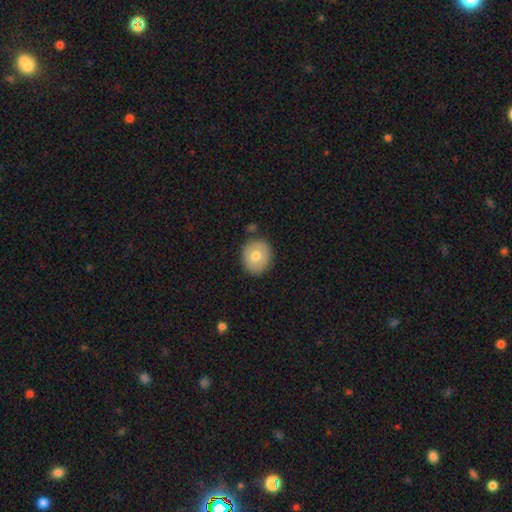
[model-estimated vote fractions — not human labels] Smooth or featured?
  - smooth: 70% *
  - featured or disk: 23%
  - star or artifact: 8%
How rounded?
  - round: 77% *
  - in between: 22%
  - cigar-shaped: 1%
Merging?
  - none: 83% *
  - minor disturbance: 12%
  - major disturbance: 3%
  - merger: 3%